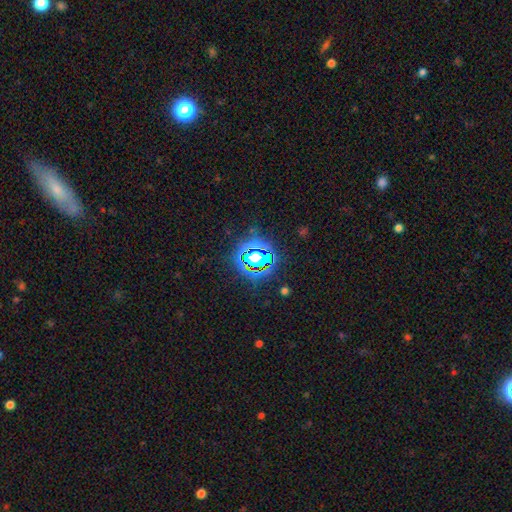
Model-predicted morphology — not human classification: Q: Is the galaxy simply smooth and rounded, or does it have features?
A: star or artifact — 80%.